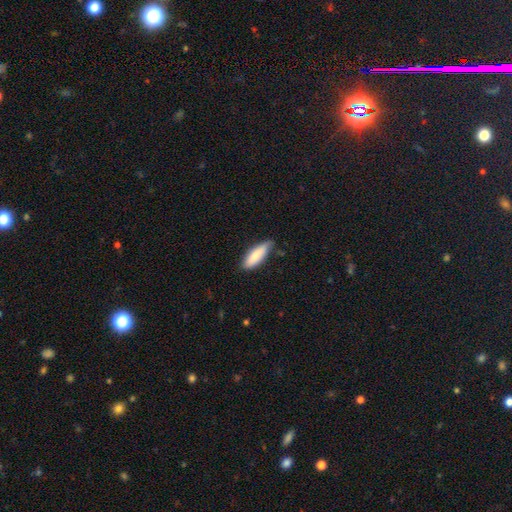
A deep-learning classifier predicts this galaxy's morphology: This appears to be a smooth galaxy with no disk features (81%) that is in between round and cigar-shaped (57%). Merging: none (71%).